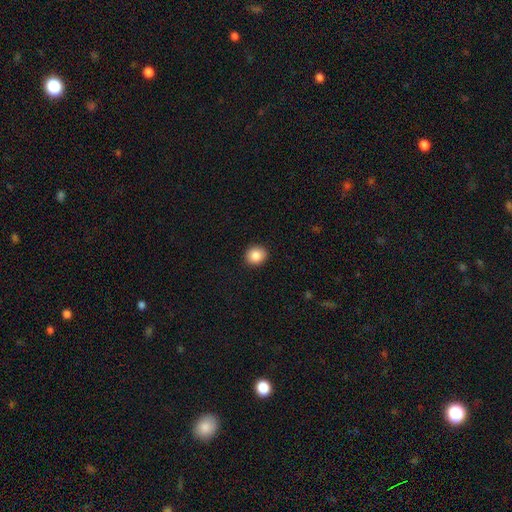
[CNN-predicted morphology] Smooth or featured?
  - smooth: 87% *
  - star or artifact: 9%
  - featured or disk: 5%
How rounded?
  - round: 81% *
  - in between: 19%
  - cigar-shaped: 1%
Merging?
  - none: 92% *
  - minor disturbance: 6%
  - major disturbance: 2%
  - merger: 1%